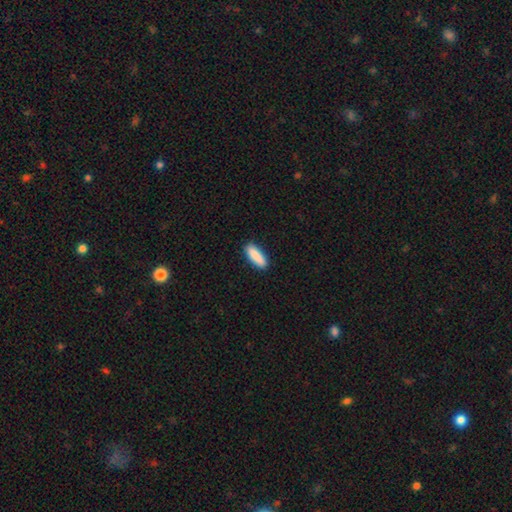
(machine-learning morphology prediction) smooth_or_featured: smooth (p=0.89) [alt: star or artifact p=0.06]
how_rounded: in between (p=0.55) [alt: cigar-shaped p=0.44]
merging: none (p=0.88) [alt: minor disturbance p=0.09]